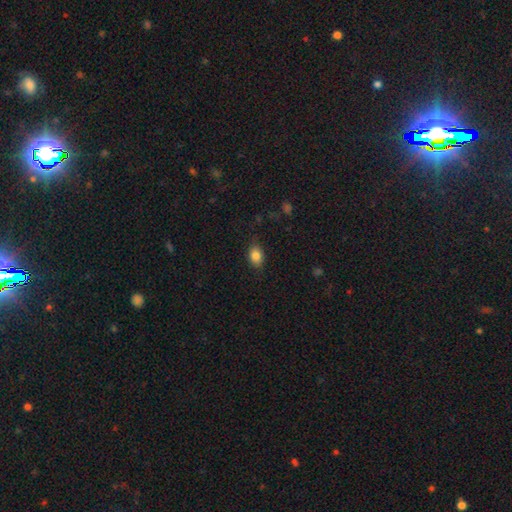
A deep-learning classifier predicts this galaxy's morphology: This is clearly a smooth galaxy (85%). How rounded: likely in between (78%). Merging: likely none (80%).